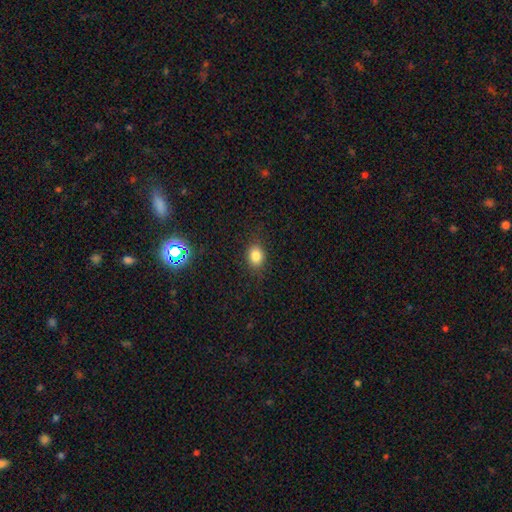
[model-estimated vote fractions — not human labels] This is clearly a smooth galaxy (82%). How rounded: possibly in between (52%). Merging: clearly none (85%).